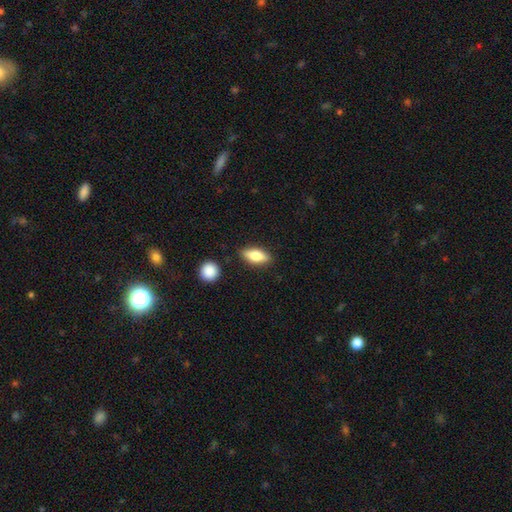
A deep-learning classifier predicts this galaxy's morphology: Overall: smooth (75%). How rounded: in between (80%). Merging: none (85%).